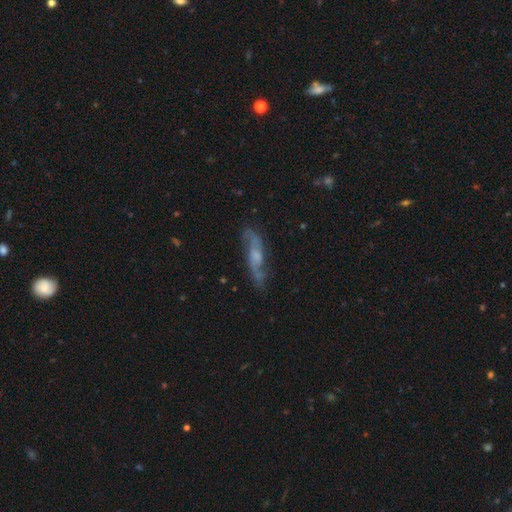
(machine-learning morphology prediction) Smooth or featured? Predicted: featured or disk (p=0.74). Edge-on disk? Predicted: no (p=0.71). Bar? Predicted: no (p=0.53). Spiral arms? Predicted: yes (p=0.91). Bulge size? Predicted: moderate (p=0.39). Merging? Predicted: none (p=0.72).